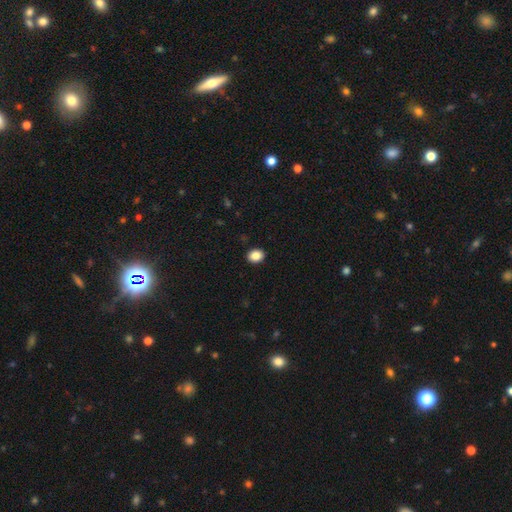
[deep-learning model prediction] smooth_or_featured: smooth (p=0.87) [alt: star or artifact p=0.09]
how_rounded: round (p=0.54) [alt: in between p=0.45]
merging: none (p=0.91) [alt: minor disturbance p=0.06]